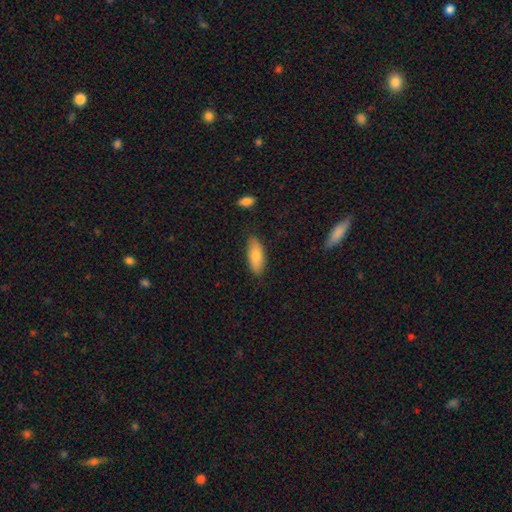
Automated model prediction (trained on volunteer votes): Smooth or featured?
  - smooth: 82% *
  - featured or disk: 13%
  - star or artifact: 6%
How rounded?
  - in between: 72% *
  - cigar-shaped: 26%
  - round: 2%
Merging?
  - none: 83% *
  - minor disturbance: 13%
  - major disturbance: 2%
  - merger: 2%